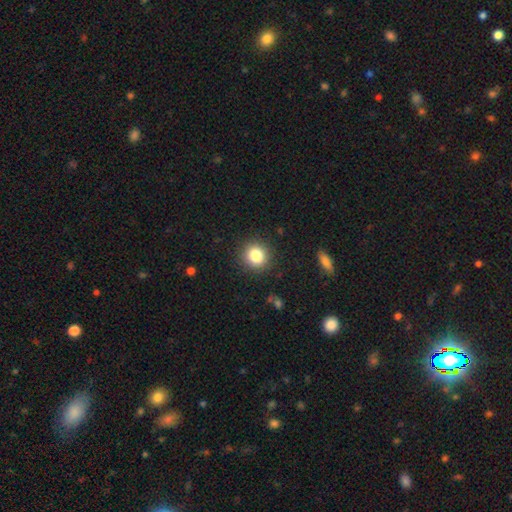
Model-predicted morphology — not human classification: Smooth or featured? smooth (83%)
How rounded? round (89%)
Merging? none (90%)